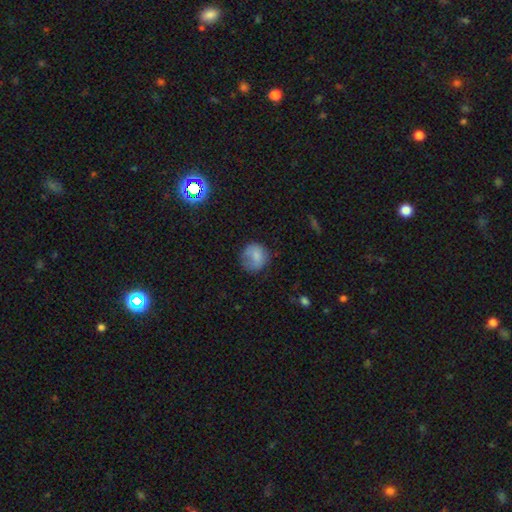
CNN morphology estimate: Smooth or featured? smooth (77%)
How rounded? round (82%)
Merging? none (58%)